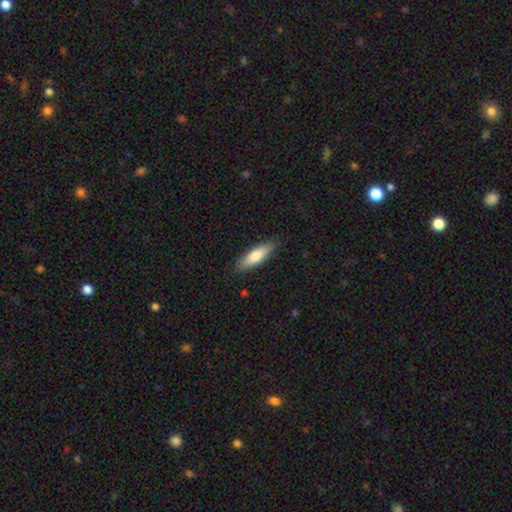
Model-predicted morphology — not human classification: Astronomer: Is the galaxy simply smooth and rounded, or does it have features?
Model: smooth — 73%.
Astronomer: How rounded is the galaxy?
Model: cigar-shaped — 56% (runner-up: in between, 42%).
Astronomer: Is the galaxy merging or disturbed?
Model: none — 85%.